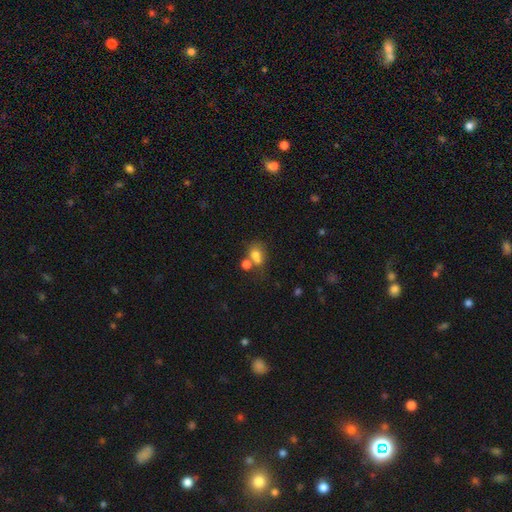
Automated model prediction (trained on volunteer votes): The model was most divided on "merging": merger: 42%, none: 37%, minor disturbance: 13%, major disturbance: 7%. More confident: smooth or featured — smooth (73%); how rounded — in between (56%).